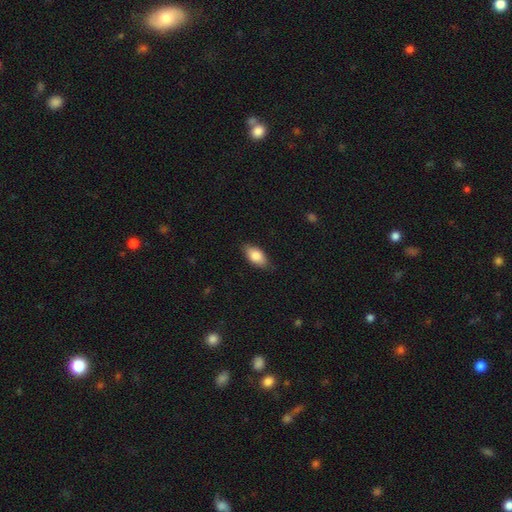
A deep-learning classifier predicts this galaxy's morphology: type=smooth (81%); roundness=in between (90%); merging=none (82%).